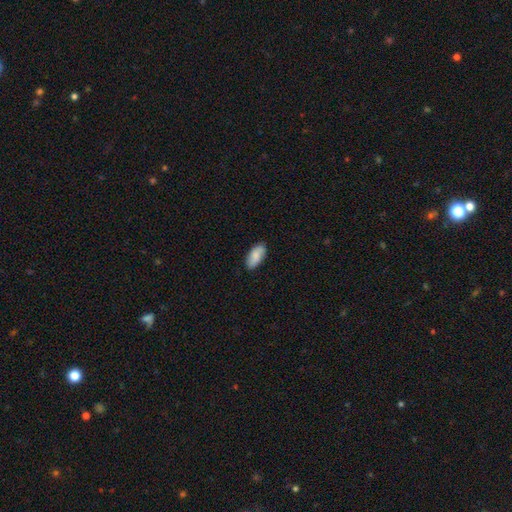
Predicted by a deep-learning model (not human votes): smooth-or-featured: smooth: 81% | featured or disk: 13% | star or artifact: 6%
  how-rounded: in between: 90% | cigar-shaped: 8% | round: 2%
  merging: none: 85% | minor disturbance: 12% | major disturbance: 2% | merger: 1%